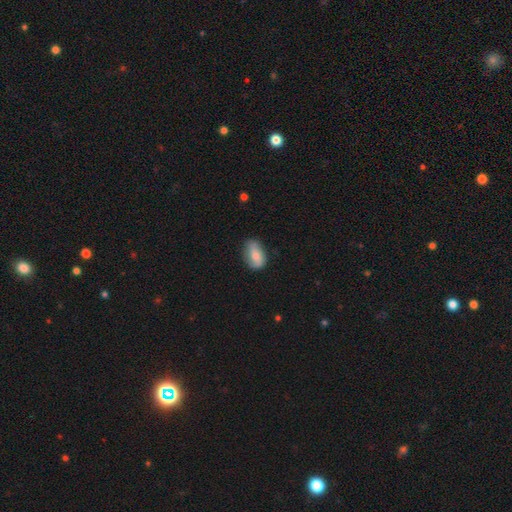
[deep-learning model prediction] Smooth or featured? smooth (64%)
How rounded? in between (87%)
Merging? none (68%)